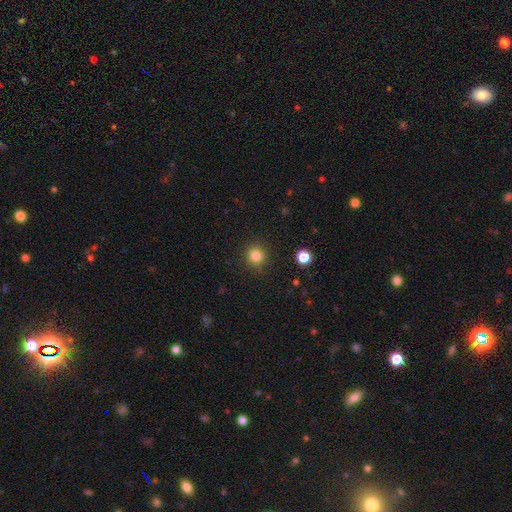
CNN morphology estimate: smooth 83%, star or artifact 12%, featured or disk 5%. Down the decision tree: how rounded — round (93%); merging — none (89%).